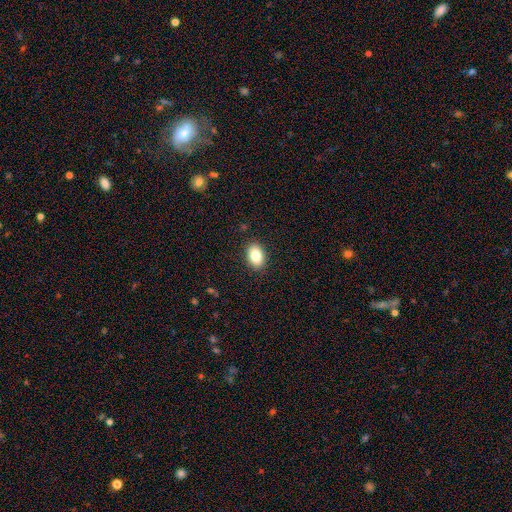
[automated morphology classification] Q: Smooth or featured?
A: smooth (84%); runner-up: featured or disk (8%)
Q: How rounded?
A: in between (83%); runner-up: round (16%)
Q: Merging?
A: none (89%); runner-up: minor disturbance (8%)